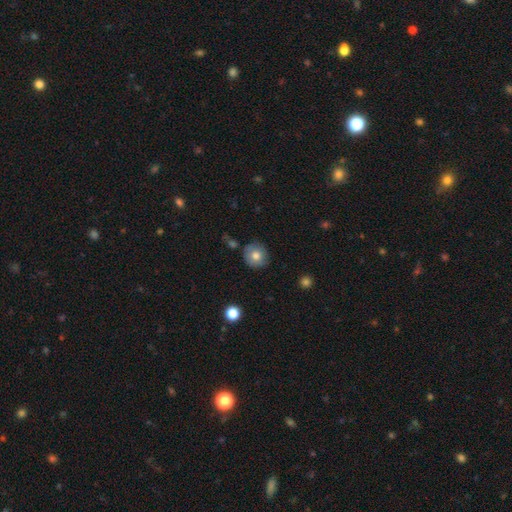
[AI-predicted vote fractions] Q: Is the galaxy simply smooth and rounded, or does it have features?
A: smooth — 77%.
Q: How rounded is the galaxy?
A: round — 91%.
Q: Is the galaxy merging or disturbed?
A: none — 83%.